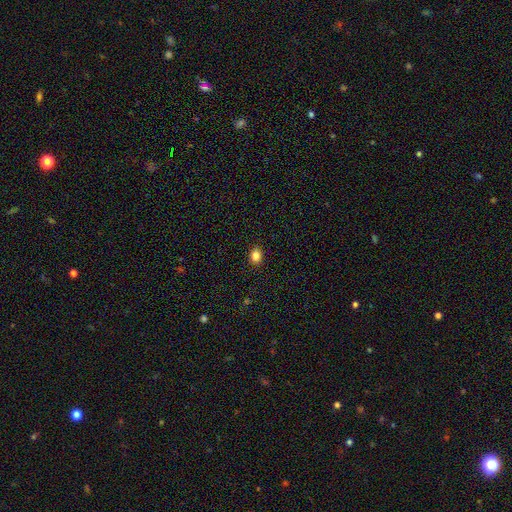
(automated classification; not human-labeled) smooth 85%, star or artifact 11%, featured or disk 4%. Down the decision tree: how rounded — in between (51%); merging — none (90%).